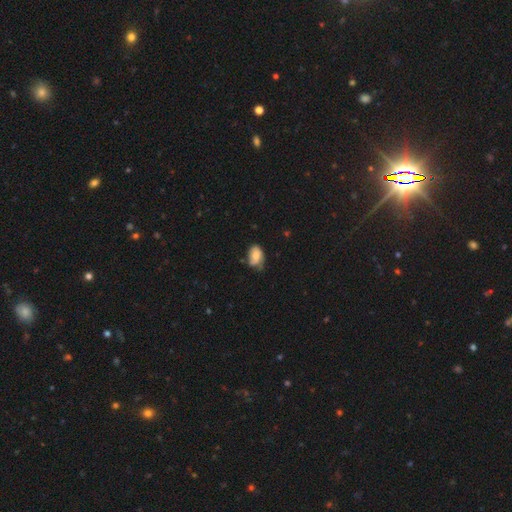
This is clearly a smooth galaxy (85%). How rounded: clearly in between (82%). Merging: possibly minor disturbance (47%).